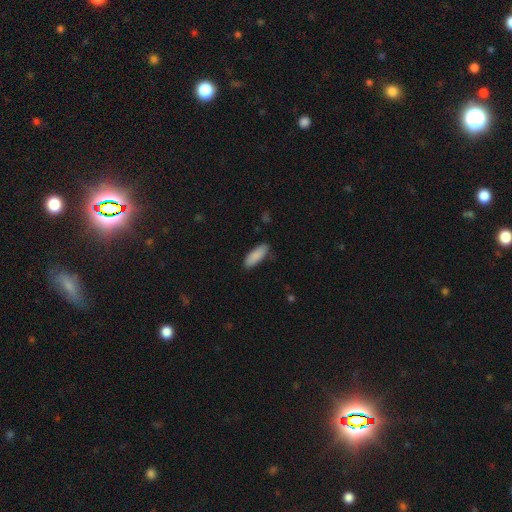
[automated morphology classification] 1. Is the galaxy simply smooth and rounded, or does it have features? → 89% smooth, 6% star or artifact, 5% featured or disk.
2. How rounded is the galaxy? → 66% in between, 33% cigar-shaped, 1% round.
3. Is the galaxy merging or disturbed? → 81% none, 15% minor disturbance, 3% major disturbance, 1% merger.